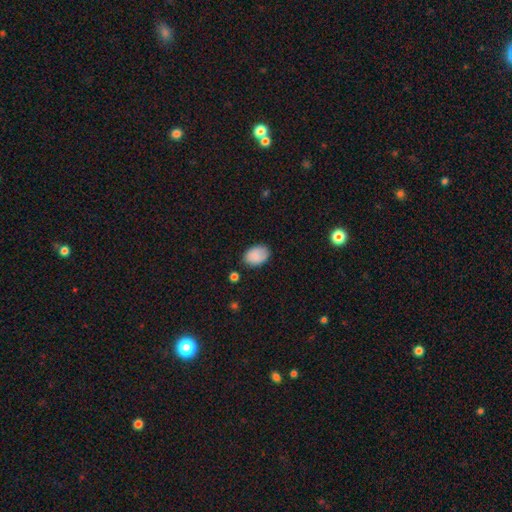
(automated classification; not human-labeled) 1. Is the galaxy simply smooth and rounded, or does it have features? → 84% smooth, 8% featured or disk, 7% star or artifact.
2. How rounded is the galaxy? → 85% in between, 14% round, 1% cigar-shaped.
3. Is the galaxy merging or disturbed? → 80% none, 15% minor disturbance, 3% major disturbance, 2% merger.